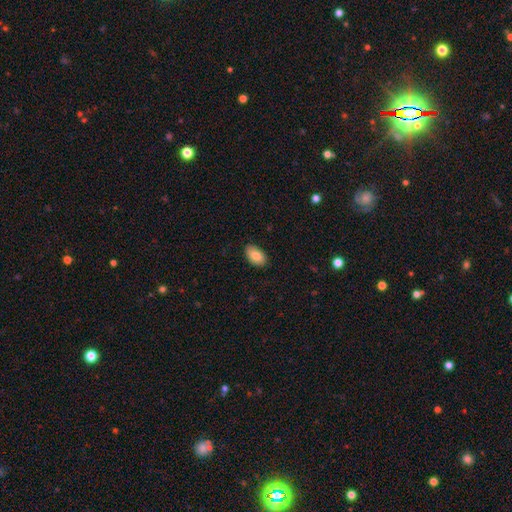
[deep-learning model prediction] This is clearly a smooth galaxy (84%). How rounded: clearly in between (93%). Merging: clearly none (84%).